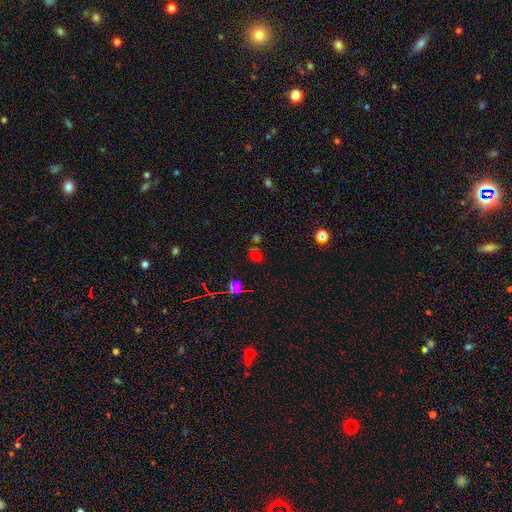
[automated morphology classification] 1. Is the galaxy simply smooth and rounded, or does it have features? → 55% smooth, 38% star or artifact, 8% featured or disk.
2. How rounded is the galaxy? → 57% round, 41% in between, 2% cigar-shaped.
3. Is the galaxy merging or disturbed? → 61% none, 19% merger, 14% minor disturbance, 7% major disturbance.